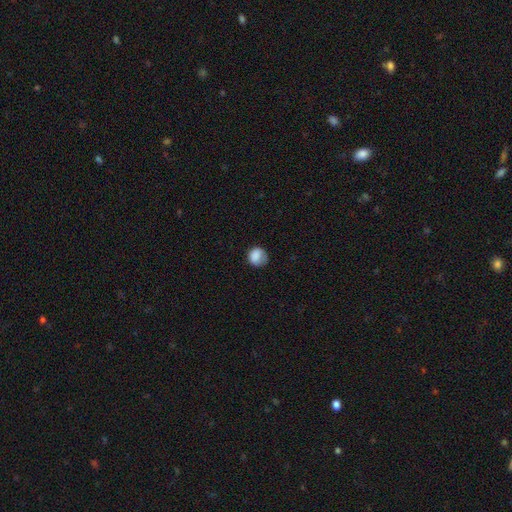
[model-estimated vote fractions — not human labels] Smooth or featured? smooth (84%)
How rounded? round (81%)
Merging? none (64%)